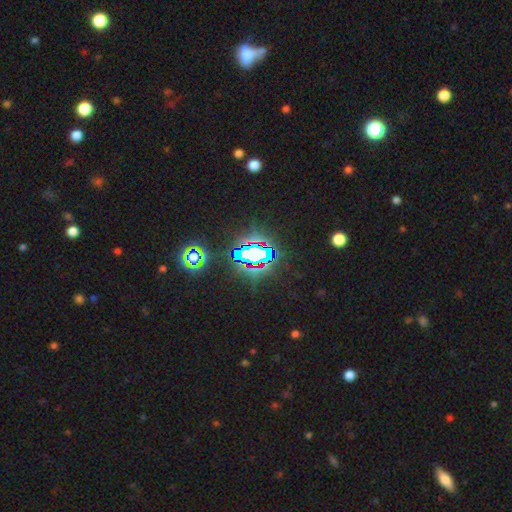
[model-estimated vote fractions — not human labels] Smooth or featured? Predicted: star or artifact (p=0.68).